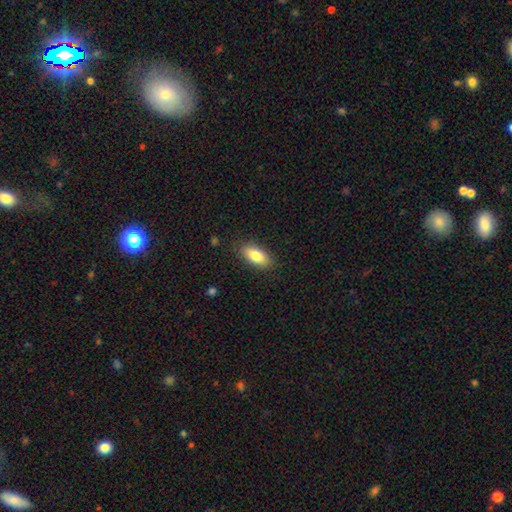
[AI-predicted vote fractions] A smooth galaxy with no disk features (81%) that is in between round and cigar-shaped (86%). Merging: none (86%).